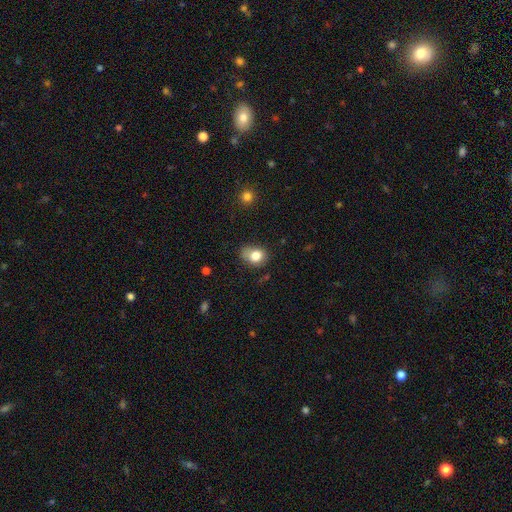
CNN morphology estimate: Smooth or featured? Predicted: smooth (p=0.80). How rounded? Predicted: in between (p=0.54). Merging? Predicted: none (p=0.55).